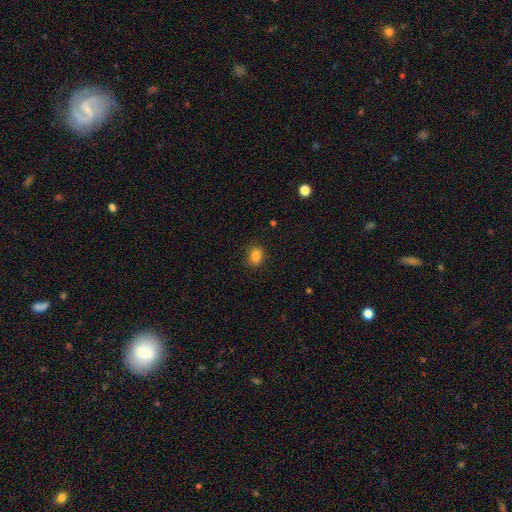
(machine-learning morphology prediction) Overall: smooth (85%). How rounded: in between (61%; round 38%). Merging: none (82%).